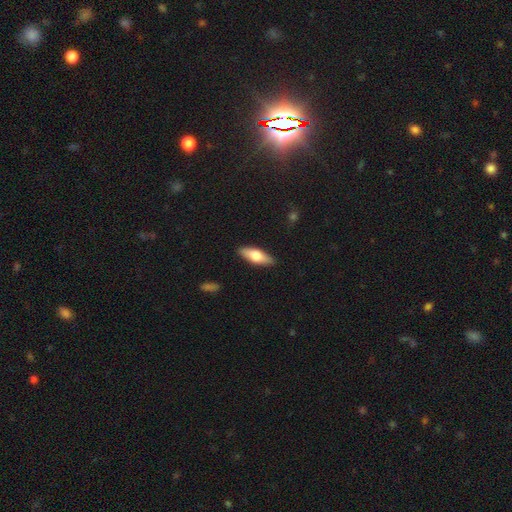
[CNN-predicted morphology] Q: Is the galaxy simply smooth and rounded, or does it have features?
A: smooth — 65%.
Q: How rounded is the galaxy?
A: in between — 64%.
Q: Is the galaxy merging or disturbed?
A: none — 88%.